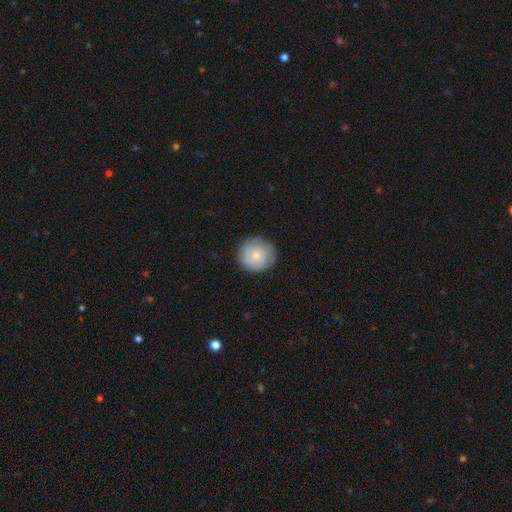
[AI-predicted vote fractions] Q: Smooth or featured?
A: smooth (68%); runner-up: featured or disk (25%)
Q: How rounded?
A: round (94%); runner-up: in between (5%)
Q: Merging?
A: none (85%); runner-up: minor disturbance (11%)